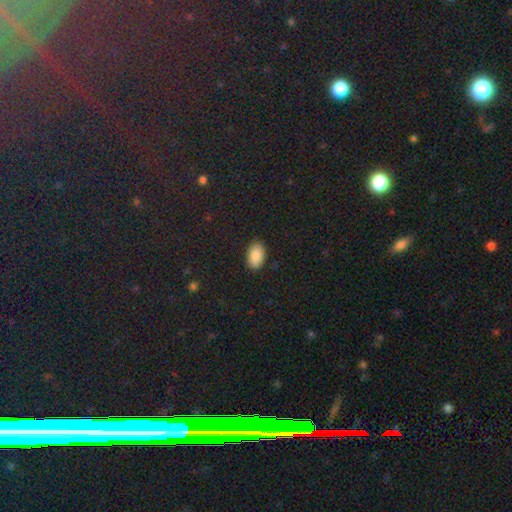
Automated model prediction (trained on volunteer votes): A smooth galaxy with no disk features (89%) that is in between round and cigar-shaped (92%). Merging: none (89%).